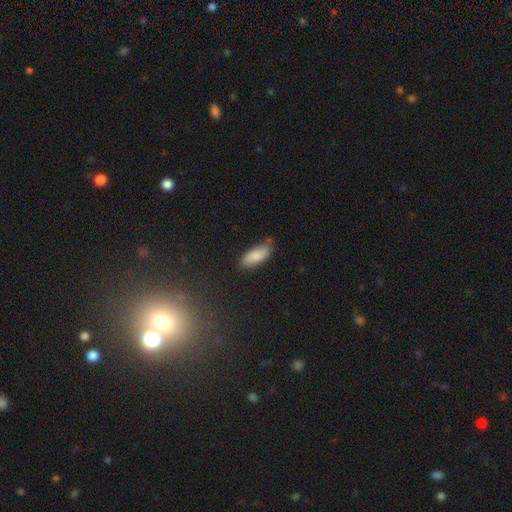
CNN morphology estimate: This is clearly a smooth galaxy (83%). How rounded: clearly in between (81%). Merging: likely none (72%).